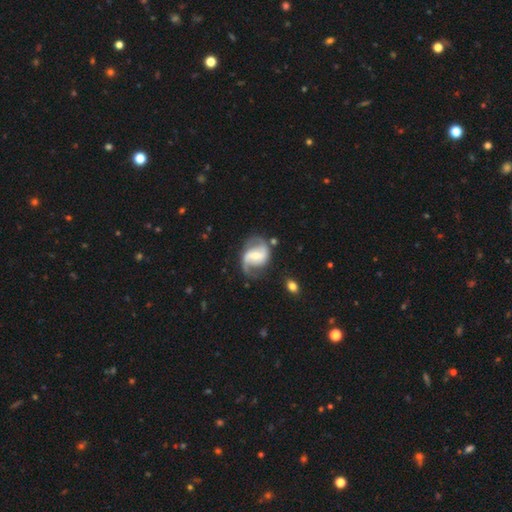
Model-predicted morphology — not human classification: featured or disk 86%, smooth 9%, star or artifact 5%. Down the decision tree: edge-on disk — no (98%); bar — weak (45%); spiral arms — yes (96%); spiral arm count — 2 (89%); spiral winding — medium (45%); bulge size — moderate (42%); merging — none (67%).